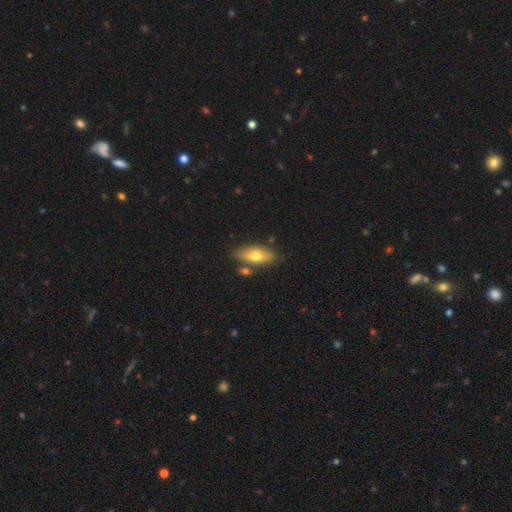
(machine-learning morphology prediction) This is likely a smooth galaxy (63%). How rounded: likely in between (73%). Merging: likely none (77%).